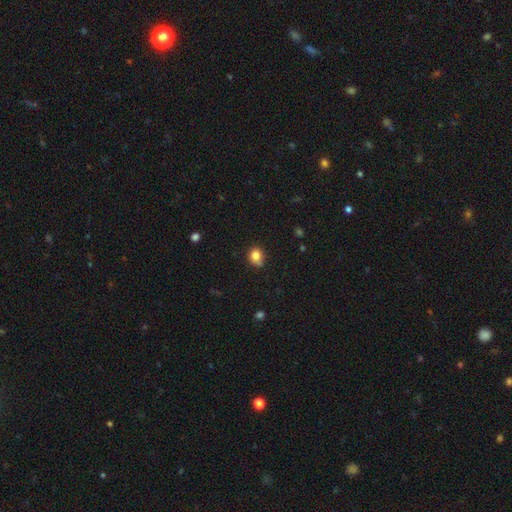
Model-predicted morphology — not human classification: smooth_or_featured: smooth (p=0.81) [alt: star or artifact p=0.12]
how_rounded: round (p=0.69) [alt: in between p=0.30]
merging: none (p=0.62) [alt: minor disturbance p=0.27]